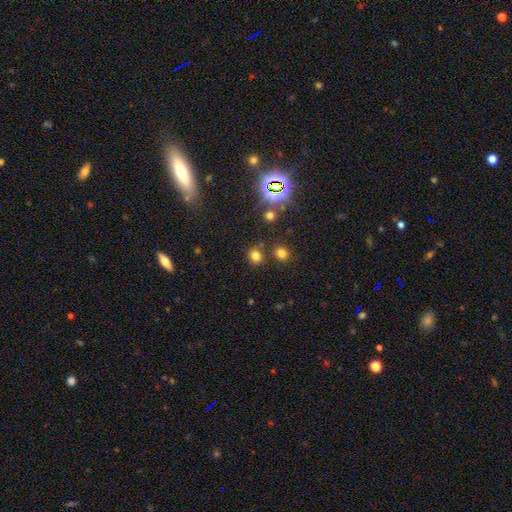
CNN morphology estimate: Smooth or featured?
  - smooth: 71% *
  - star or artifact: 23%
  - featured or disk: 6%
How rounded?
  - round: 81% *
  - in between: 18%
  - cigar-shaped: 1%
Merging?
  - none: 78% *
  - merger: 10%
  - minor disturbance: 9%
  - major disturbance: 4%